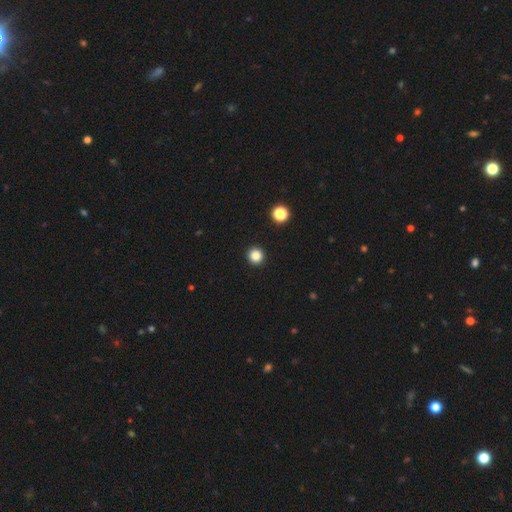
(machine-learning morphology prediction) A smooth galaxy with no disk features (85%) that is round (95%).

Vote fractions:
- Smooth or featured? smooth: 85% / star or artifact: 12% / featured or disk: 4%
- How rounded? round: 95% / in between: 4% / cigar-shaped: 1%
- Merging? none: 93% / minor disturbance: 4% / major disturbance: 1% / merger: 1%